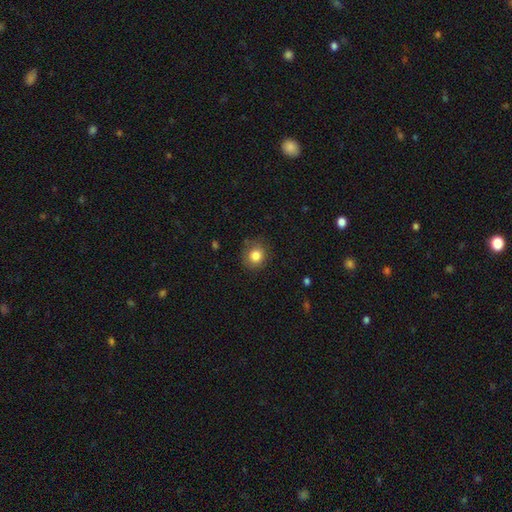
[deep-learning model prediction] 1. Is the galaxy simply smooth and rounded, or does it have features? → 83% smooth, 10% star or artifact, 7% featured or disk.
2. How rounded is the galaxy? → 87% round, 12% in between, 1% cigar-shaped.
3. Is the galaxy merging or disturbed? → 80% none, 14% minor disturbance, 4% major disturbance, 2% merger.